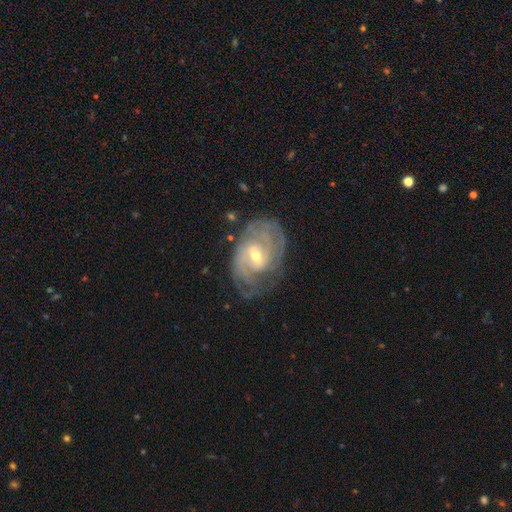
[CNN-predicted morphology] This is clearly a featured or disk galaxy (86%). It is clearly not viewed edge-on (96%). Bar: possibly weak (53%). Spiral arm pattern: clearly yes (94%). Spiral arm count: marginally can't tell (37%). Spiral winding: likely tight (68%). Central bulge: possibly moderate (53%). Merging: likely none (69%).